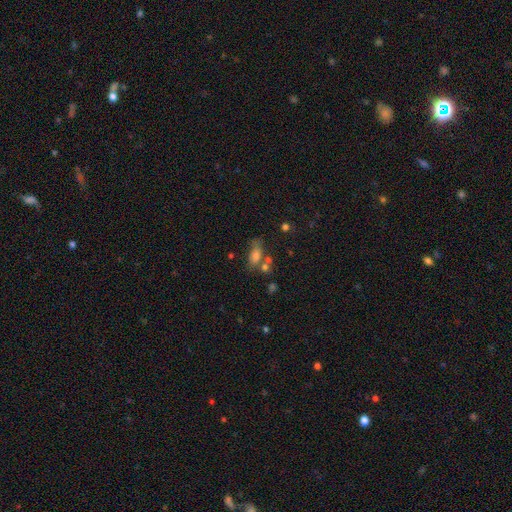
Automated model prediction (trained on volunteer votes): The model was most divided on "merging": none: 44%, merger: 25%, minor disturbance: 19%, major disturbance: 13%. More confident: how rounded — in between (79%); smooth or featured — smooth (66%).